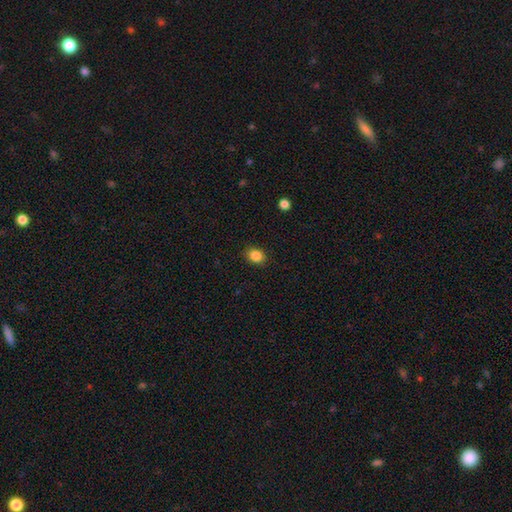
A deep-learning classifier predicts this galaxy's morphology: A smooth galaxy with no disk features (86%) that is round (53%).

Vote fractions:
- Smooth or featured? smooth: 86% / star or artifact: 10% / featured or disk: 4%
- How rounded? round: 53% / in between: 46% / cigar-shaped: 1%
- Merging? none: 89% / minor disturbance: 8% / major disturbance: 2% / merger: 1%